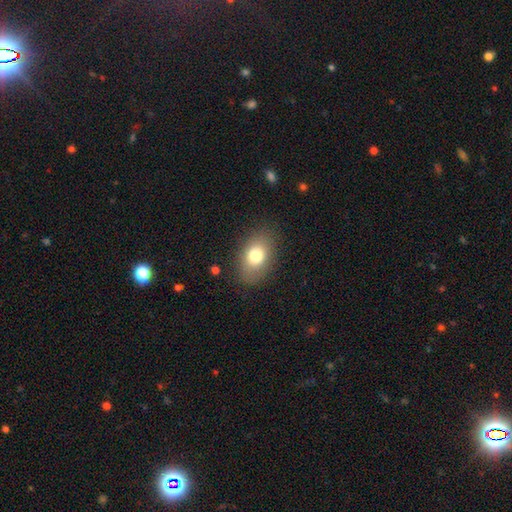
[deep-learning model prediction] The model was most divided on "smooth or featured": smooth: 77%, featured or disk: 14%, star or artifact: 9%. More confident: merging — none (83%); how rounded — in between (82%).